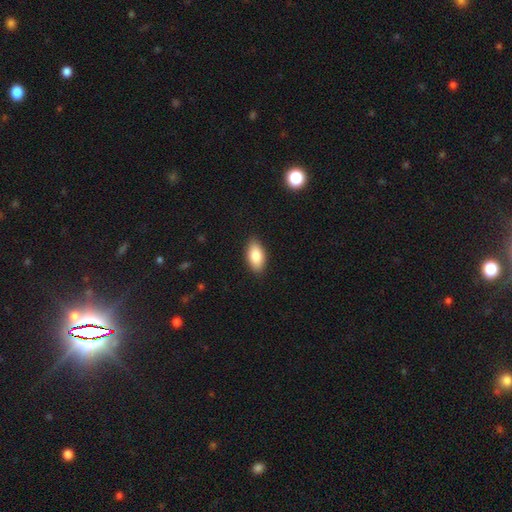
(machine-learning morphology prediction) Overall: smooth (85%). How rounded: in between (93%). Merging: none (88%).